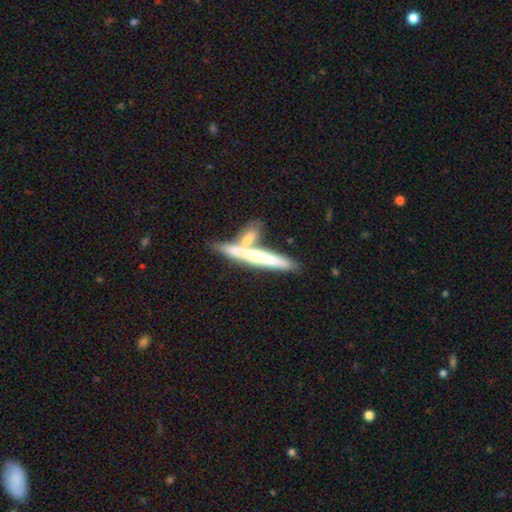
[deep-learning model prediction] This is possibly a featured or disk galaxy (52%). It is clearly viewed edge-on (91%). Merging: likely none (61%).